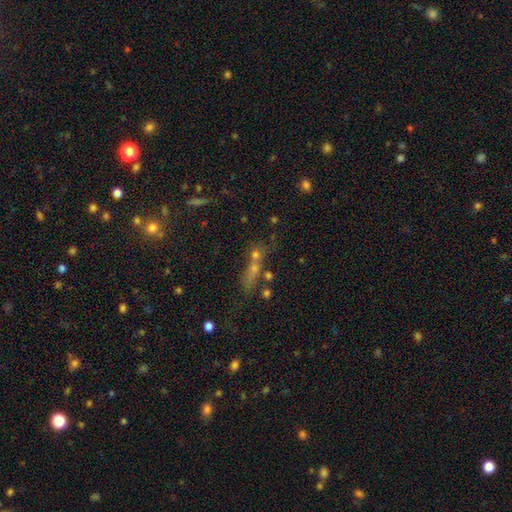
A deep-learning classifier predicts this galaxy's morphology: smooth 44%, star or artifact 33%, featured or disk 23%. Down the decision tree: merging — none (48%).